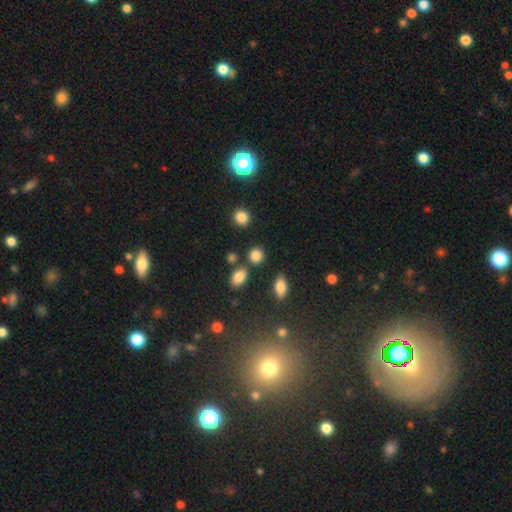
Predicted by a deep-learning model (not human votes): Overall: smooth (83%). How rounded: round (80%). Merging: none (79%).